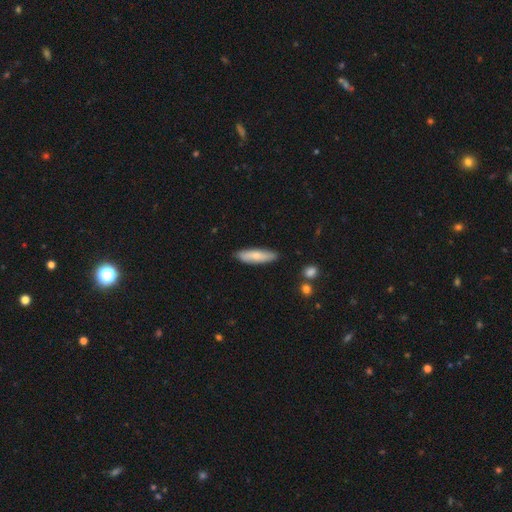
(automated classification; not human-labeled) Smooth or featured: smooth — 72% (featured or disk — 22%)
How rounded: cigar-shaped — 63% (in between — 36%)
Merging: none — 84% (minor disturbance — 12%)